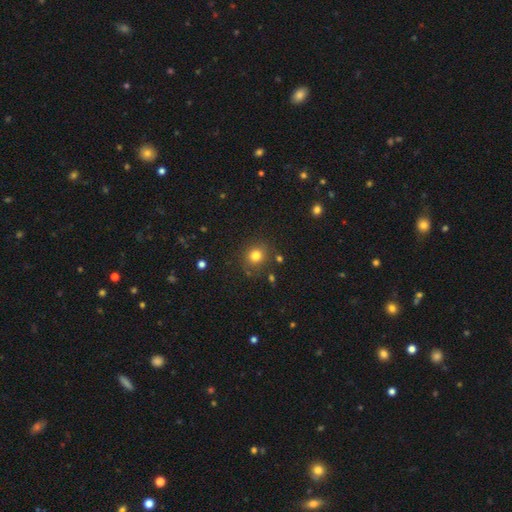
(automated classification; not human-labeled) A smooth galaxy with no disk features (79%) that is round (85%). Merging: none (84%).